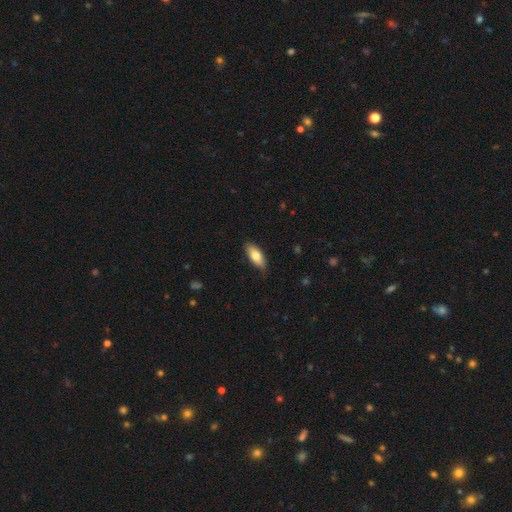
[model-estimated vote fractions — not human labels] Q: Smooth or featured?
A: smooth (77%); runner-up: featured or disk (17%)
Q: How rounded?
A: in between (80%); runner-up: cigar-shaped (17%)
Q: Merging?
A: none (81%); runner-up: minor disturbance (16%)